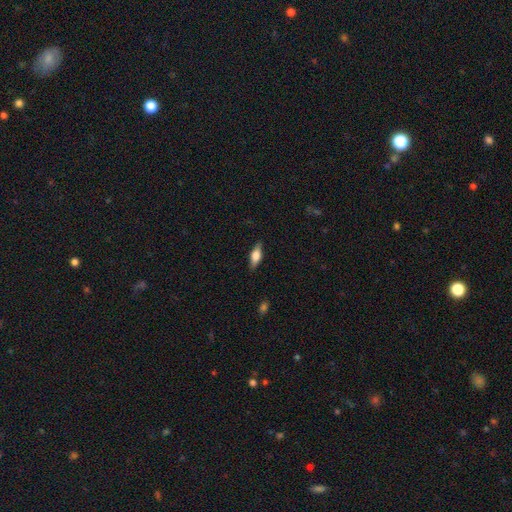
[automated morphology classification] This is possibly a smooth galaxy (52%). How rounded: likely in between (65%). Merging: clearly none (86%).